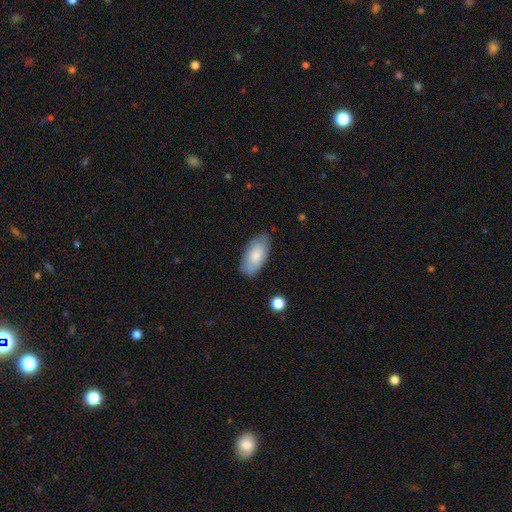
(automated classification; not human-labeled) Q: Smooth or featured?
A: smooth (78%); runner-up: featured or disk (16%)
Q: How rounded?
A: in between (93%); runner-up: cigar-shaped (4%)
Q: Merging?
A: none (78%); runner-up: minor disturbance (17%)